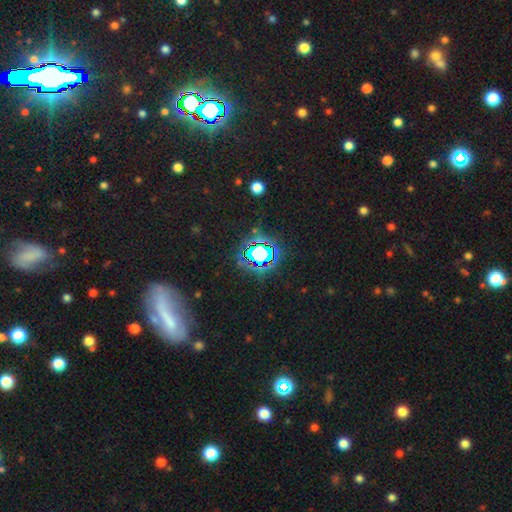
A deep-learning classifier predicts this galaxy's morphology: This is likely a star or artifact rather than a galaxy (73%).